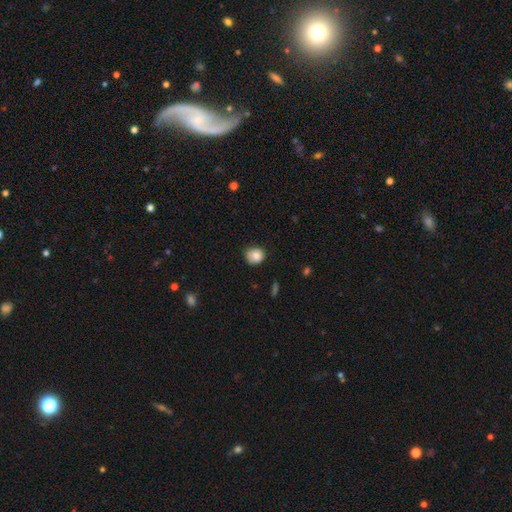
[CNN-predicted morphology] The model was most divided on "merging": none: 73%, minor disturbance: 22%, major disturbance: 4%, merger: 1%. More confident: smooth or featured — smooth (86%); how rounded — round (82%).